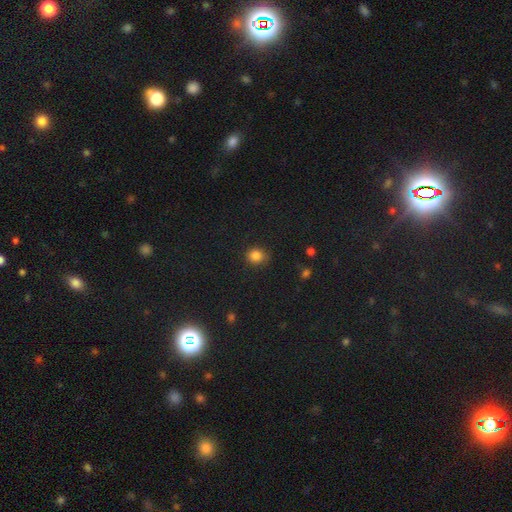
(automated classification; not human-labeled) Smooth or featured? smooth (84%)
How rounded? round (81%)
Merging? none (80%)